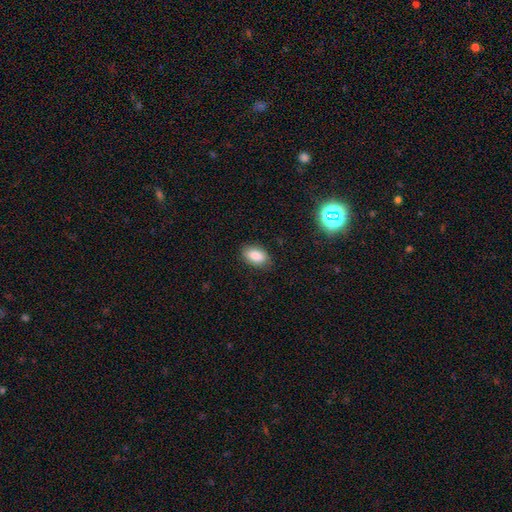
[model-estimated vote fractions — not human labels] smooth-or-featured: smooth: 87% | star or artifact: 8% | featured or disk: 5%
  how-rounded: in between: 92% | round: 7% | cigar-shaped: 2%
  merging: none: 85% | minor disturbance: 11% | major disturbance: 3% | merger: 1%